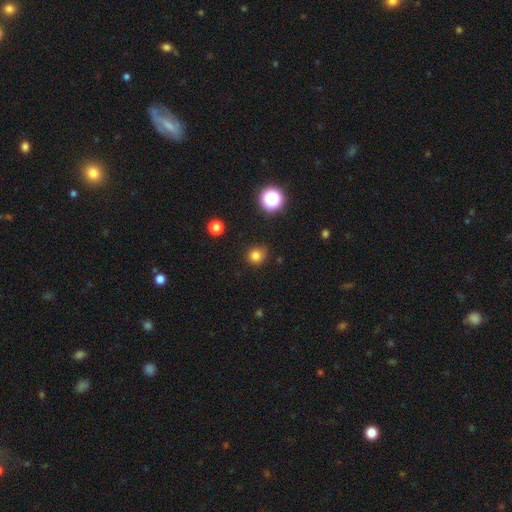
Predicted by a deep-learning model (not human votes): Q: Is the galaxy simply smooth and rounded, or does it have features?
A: smooth — 80%.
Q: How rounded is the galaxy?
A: round — 85%.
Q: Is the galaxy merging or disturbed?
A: none — 83%.